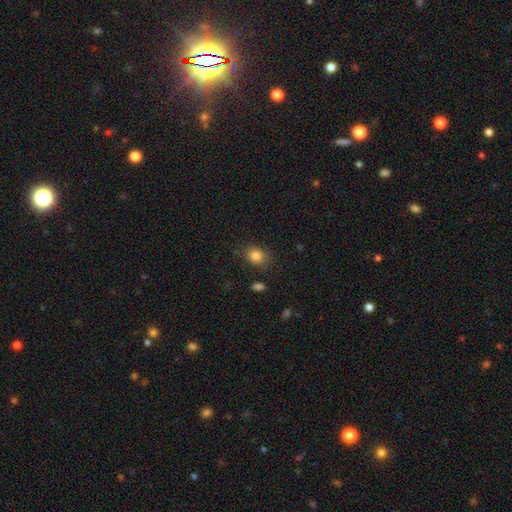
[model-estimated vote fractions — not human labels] This appears to be a smooth galaxy with no disk features (84%) that is in between round and cigar-shaped (52%). Merging: none (82%).